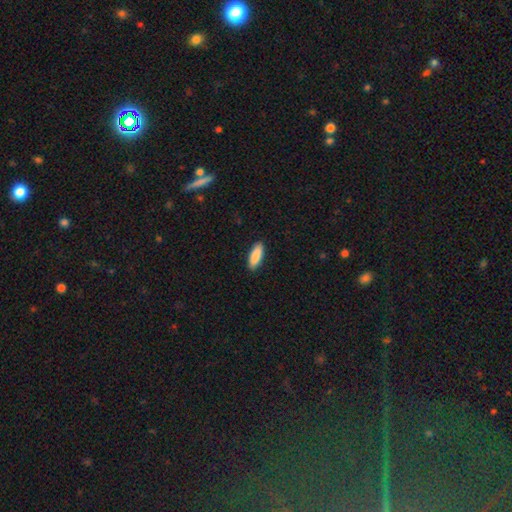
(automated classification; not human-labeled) Smooth or featured?
  - smooth: 89% *
  - featured or disk: 6%
  - star or artifact: 5%
How rounded?
  - in between: 67% *
  - cigar-shaped: 31%
  - round: 2%
Merging?
  - none: 90% *
  - minor disturbance: 7%
  - major disturbance: 2%
  - merger: 1%